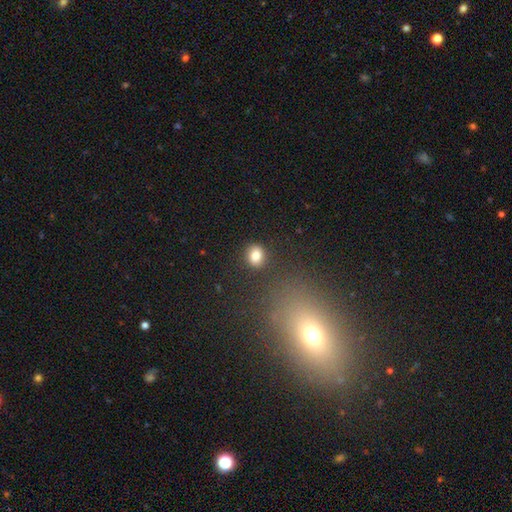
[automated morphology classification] smooth_or_featured: smooth (p=0.82) [alt: star or artifact p=0.11]
how_rounded: round (p=0.64) [alt: in between p=0.35]
merging: none (p=0.88) [alt: minor disturbance p=0.08]